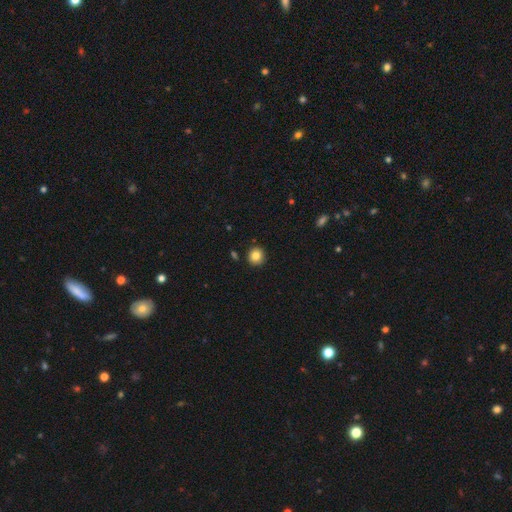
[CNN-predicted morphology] This appears to be a smooth galaxy with no disk features (84%) that is round (93%). Merging: none (91%).